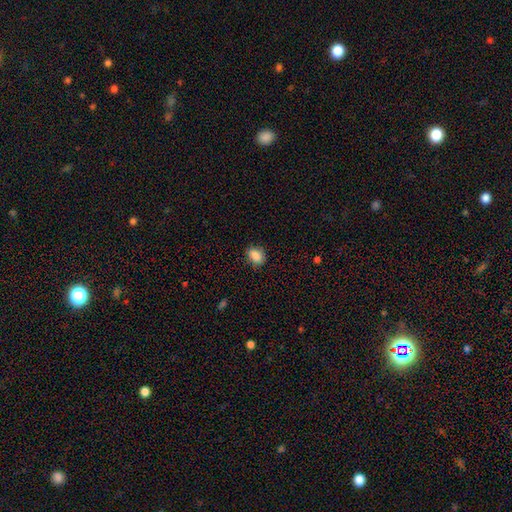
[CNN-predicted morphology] Q: Smooth or featured?
A: smooth (87%); runner-up: star or artifact (8%)
Q: How rounded?
A: in between (68%); runner-up: round (31%)
Q: Merging?
A: none (80%); runner-up: minor disturbance (15%)